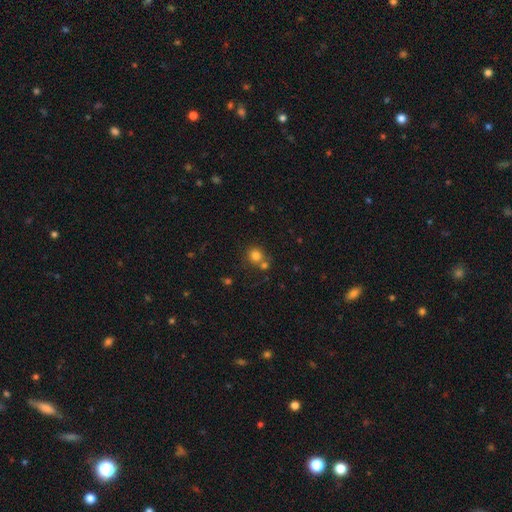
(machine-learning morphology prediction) A smooth galaxy with no disk features (79%) that is round (88%).

Vote fractions:
- Smooth or featured? smooth: 79% / star or artifact: 13% / featured or disk: 7%
- How rounded? round: 88% / in between: 11% / cigar-shaped: 1%
- Merging? none: 59% / merger: 29% / minor disturbance: 9% / major disturbance: 3%